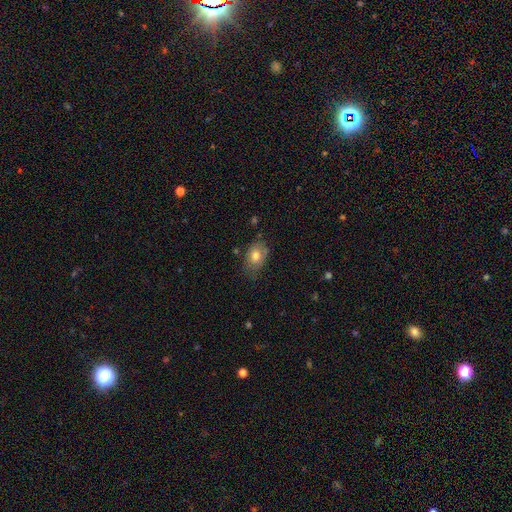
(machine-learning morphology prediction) A smooth galaxy with no disk features (75%) that is in between round and cigar-shaped (79%). Merging: none (64%).